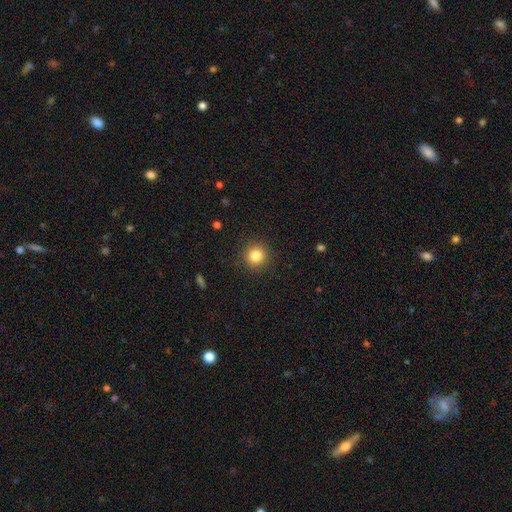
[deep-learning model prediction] Q: Smooth or featured?
A: smooth (83%); runner-up: star or artifact (11%)
Q: How rounded?
A: round (94%); runner-up: in between (5%)
Q: Merging?
A: none (91%); runner-up: minor disturbance (6%)